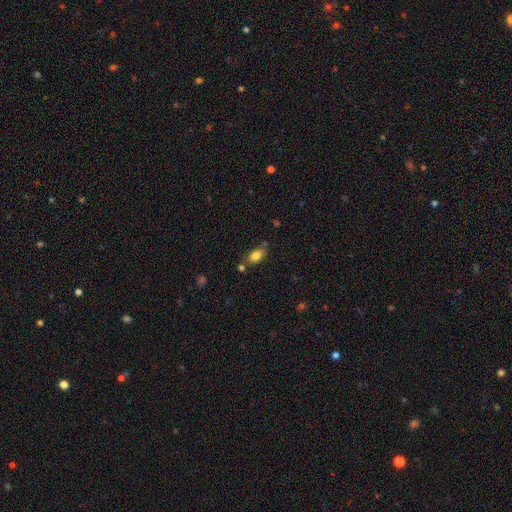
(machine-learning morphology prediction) Smooth or featured? smooth (82%)
How rounded? in between (87%)
Merging? none (69%)